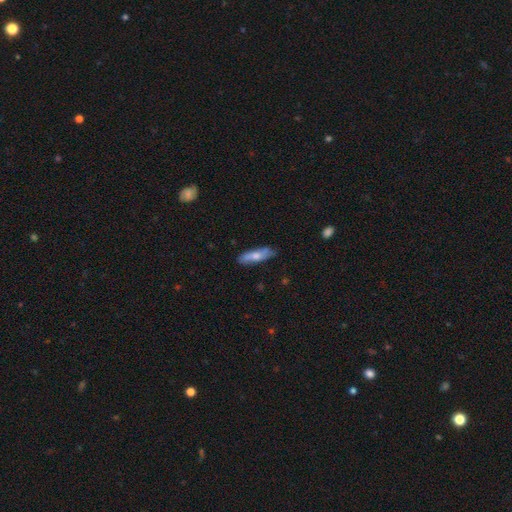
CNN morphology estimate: This is likely a smooth galaxy (62%). How rounded: likely cigar-shaped (61%). Merging: likely none (79%).